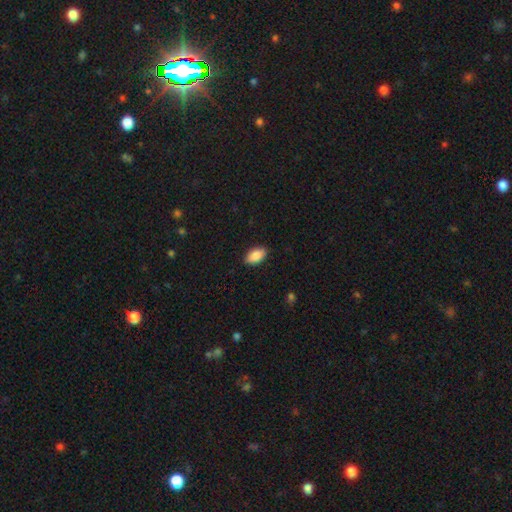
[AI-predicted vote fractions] Q: Smooth or featured?
A: smooth (88%); runner-up: star or artifact (7%)
Q: How rounded?
A: in between (93%); runner-up: round (4%)
Q: Merging?
A: none (86%); runner-up: minor disturbance (11%)